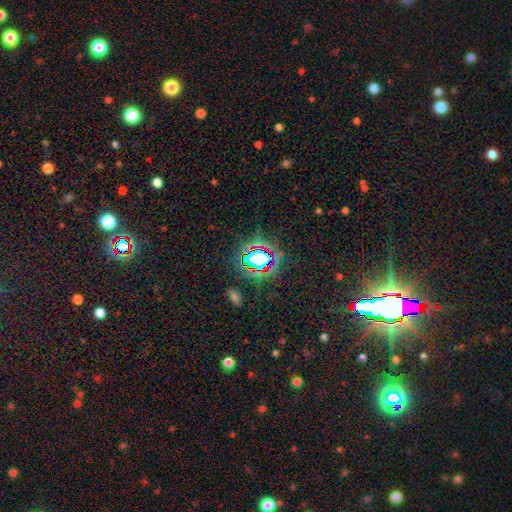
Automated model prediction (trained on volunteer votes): Overall: star or artifact (67%).